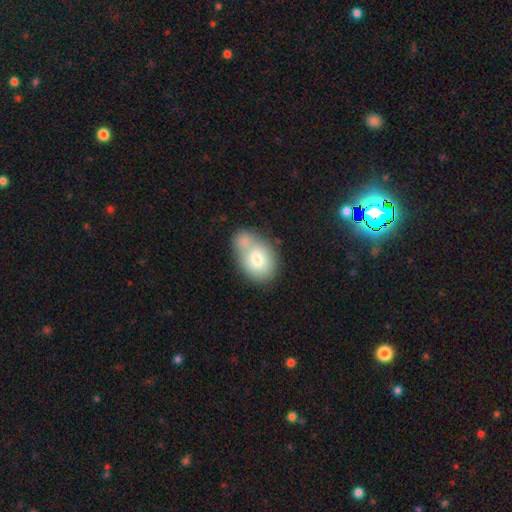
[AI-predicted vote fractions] smooth 72%, featured or disk 19%, star or artifact 9%. Down the decision tree: how rounded — in between (76%); merging — merger (46%).